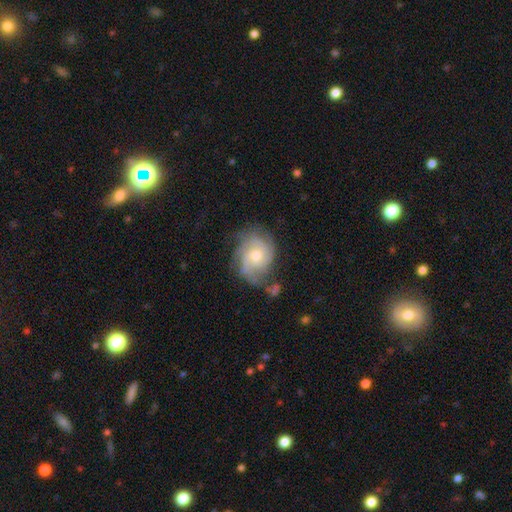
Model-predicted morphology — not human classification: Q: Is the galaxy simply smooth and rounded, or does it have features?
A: featured or disk — 78%.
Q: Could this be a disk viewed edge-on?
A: no — 98%.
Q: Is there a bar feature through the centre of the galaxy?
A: no — 75%.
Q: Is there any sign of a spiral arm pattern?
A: yes — 94%.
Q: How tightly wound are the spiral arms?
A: tight — 49%.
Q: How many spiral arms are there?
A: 3 — 30%.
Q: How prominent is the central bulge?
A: moderate — 53%.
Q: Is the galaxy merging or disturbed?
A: none — 59%.